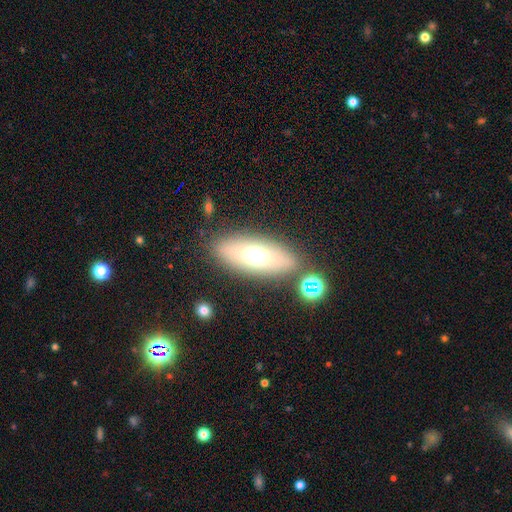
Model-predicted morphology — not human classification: Smooth or featured?
  - smooth: 63% *
  - featured or disk: 27%
  - star or artifact: 10%
How rounded?
  - in between: 76% *
  - cigar-shaped: 20%
  - round: 4%
Merging?
  - none: 81% *
  - minor disturbance: 10%
  - merger: 5%
  - major disturbance: 4%